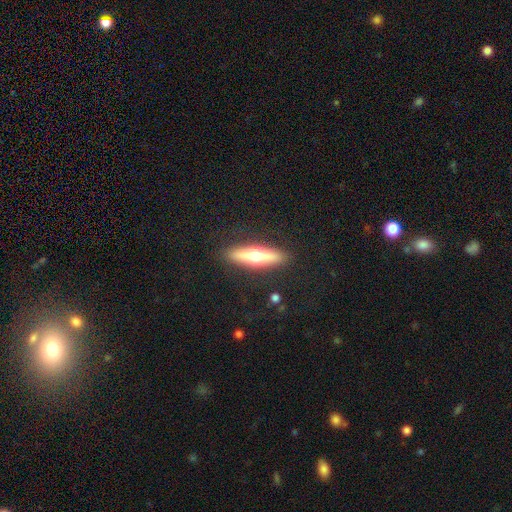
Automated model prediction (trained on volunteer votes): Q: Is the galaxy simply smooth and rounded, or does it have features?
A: featured or disk — 51%.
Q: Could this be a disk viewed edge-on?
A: yes — 91%.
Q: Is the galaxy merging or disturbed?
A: none — 89%.